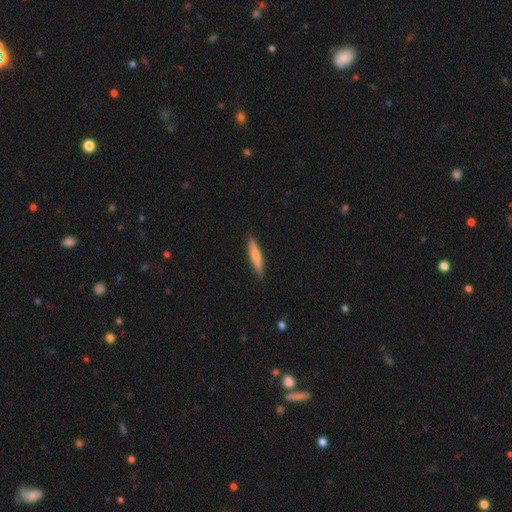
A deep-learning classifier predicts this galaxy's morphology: smooth_or_featured: smooth (p=0.71) [alt: featured or disk p=0.24]
how_rounded: cigar-shaped (p=0.88) [alt: in between p=0.10]
merging: none (p=0.88) [alt: minor disturbance p=0.09]